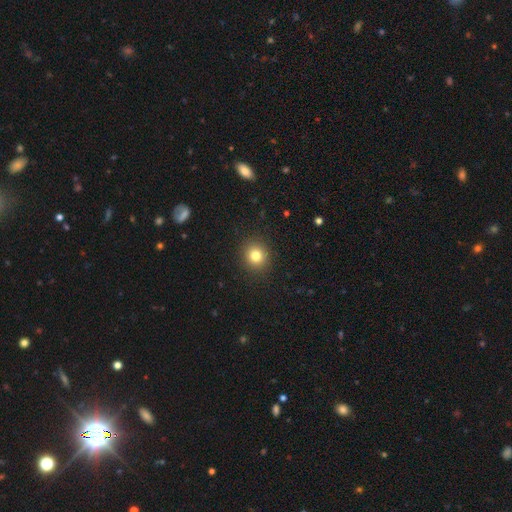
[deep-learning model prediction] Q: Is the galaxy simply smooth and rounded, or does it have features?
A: smooth — 80%.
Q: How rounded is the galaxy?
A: round — 87%.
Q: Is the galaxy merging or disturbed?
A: none — 91%.